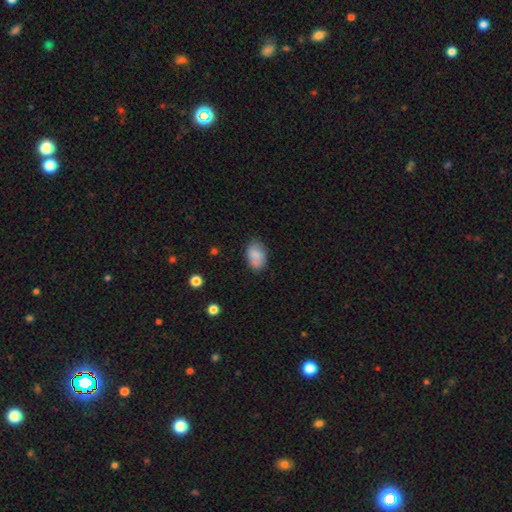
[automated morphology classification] This is likely a smooth galaxy (80%). How rounded: clearly in between (88%). Merging: likely none (70%).